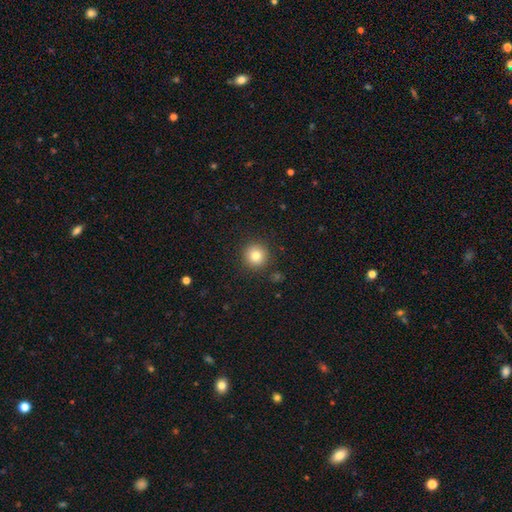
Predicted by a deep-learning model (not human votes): The model was most divided on "smooth or featured": smooth: 82%, star or artifact: 11%, featured or disk: 7%. More confident: how rounded — round (94%); merging — none (90%).